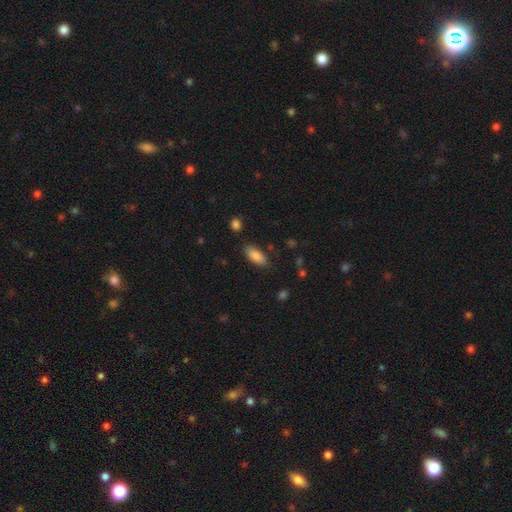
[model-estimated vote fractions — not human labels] Q: Smooth or featured?
A: smooth (86%); runner-up: featured or disk (8%)
Q: How rounded?
A: in between (84%); runner-up: cigar-shaped (14%)
Q: Merging?
A: none (83%); runner-up: minor disturbance (12%)